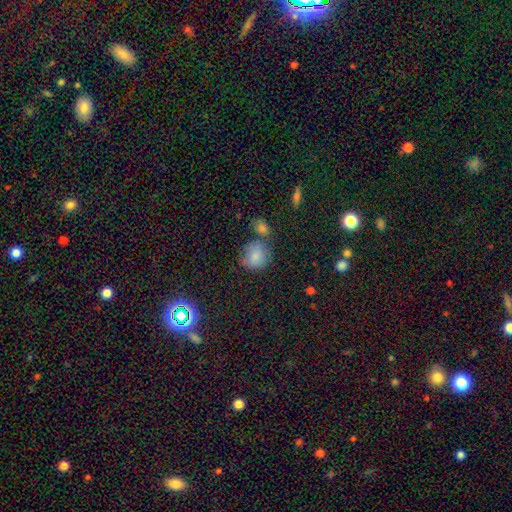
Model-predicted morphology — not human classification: Q: Smooth or featured?
A: smooth (80%); runner-up: star or artifact (11%)
Q: How rounded?
A: round (70%); runner-up: in between (28%)
Q: Merging?
A: none (53%); runner-up: minor disturbance (20%)